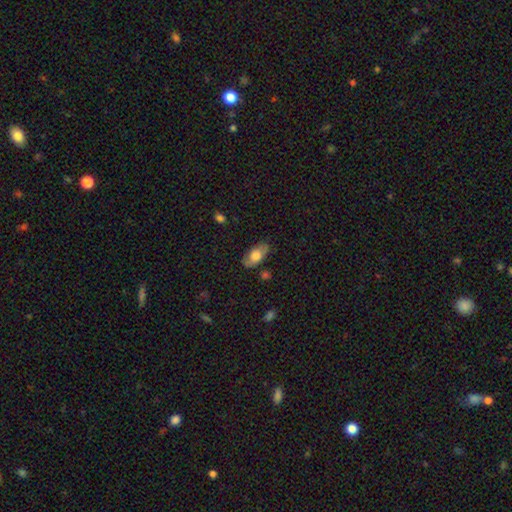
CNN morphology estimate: Overall: smooth (65%; featured or disk 28%). How rounded: in between (89%). Merging: none (78%).